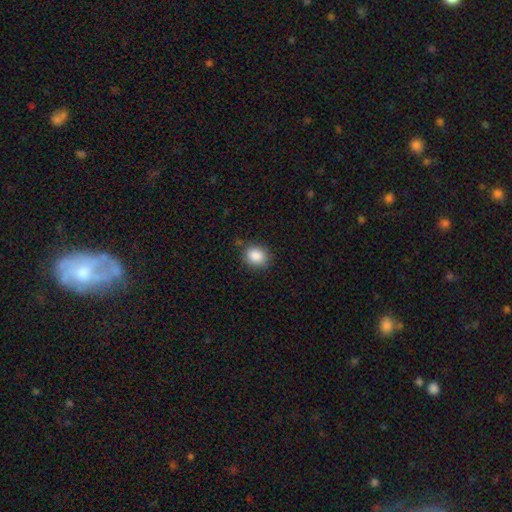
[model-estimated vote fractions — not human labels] Smooth or featured? smooth (87%)
How rounded? round (60%)
Merging? none (82%)